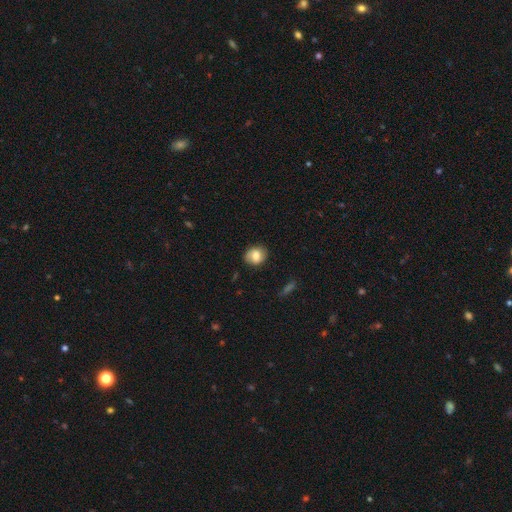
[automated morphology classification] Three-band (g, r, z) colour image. It shows a smooth galaxy with no disk features (70%) that is round (62%). Merging: none (78%).